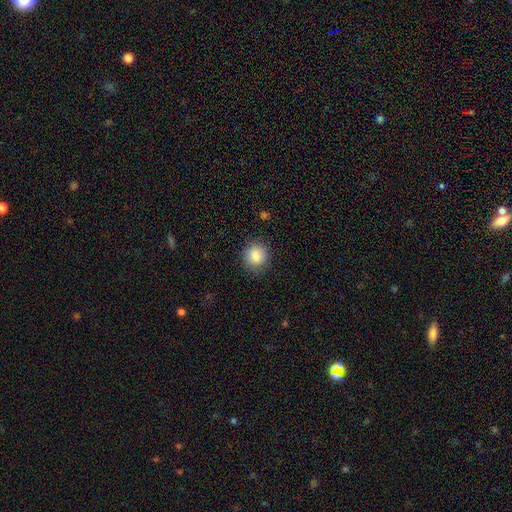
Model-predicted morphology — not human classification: smooth 85%, star or artifact 9%, featured or disk 6%. Down the decision tree: how rounded — round (89%); merging — none (86%).